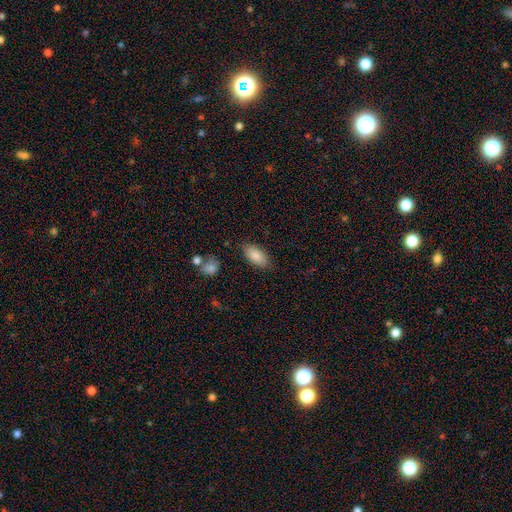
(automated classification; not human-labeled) Smooth or featured?
  - smooth: 85% *
  - featured or disk: 8%
  - star or artifact: 7%
How rounded?
  - in between: 91% *
  - cigar-shaped: 7%
  - round: 2%
Merging?
  - none: 81% *
  - minor disturbance: 14%
  - major disturbance: 3%
  - merger: 2%